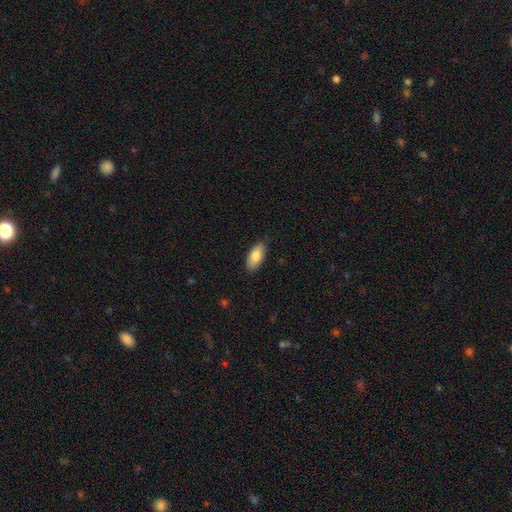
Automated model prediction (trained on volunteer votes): smooth_or_featured: smooth (p=0.84) [alt: featured or disk p=0.10]
how_rounded: in between (p=0.92) [alt: cigar-shaped p=0.06]
merging: none (p=0.85) [alt: minor disturbance p=0.12]